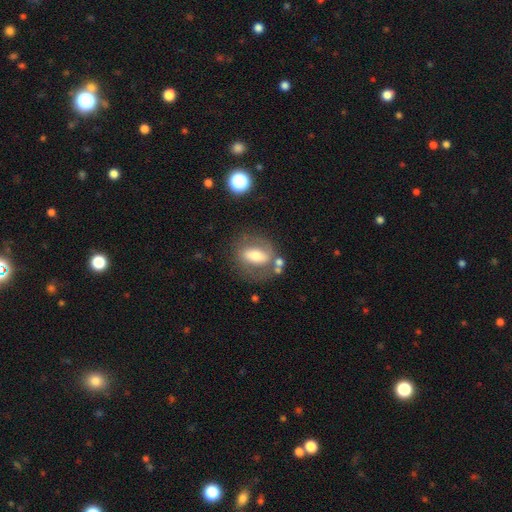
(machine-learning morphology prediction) Q: Smooth or featured?
A: smooth (47%); runner-up: featured or disk (45%)
Q: Merging?
A: none (63%); runner-up: minor disturbance (17%)